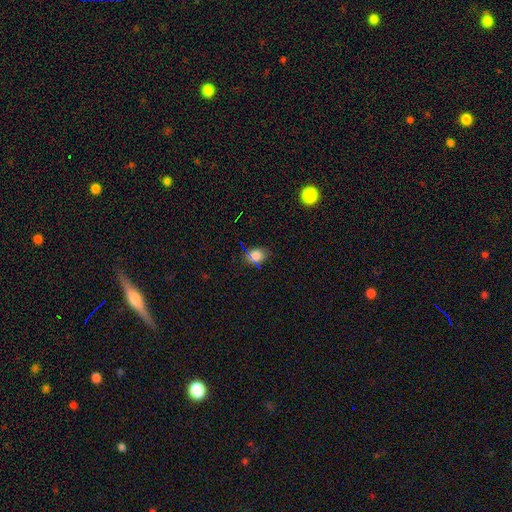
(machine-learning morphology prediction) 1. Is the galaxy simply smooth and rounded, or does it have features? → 76% smooth, 17% star or artifact, 7% featured or disk.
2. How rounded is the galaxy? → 57% round, 42% in between, 2% cigar-shaped.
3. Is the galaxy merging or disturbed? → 77% none, 16% minor disturbance, 4% major disturbance, 3% merger.